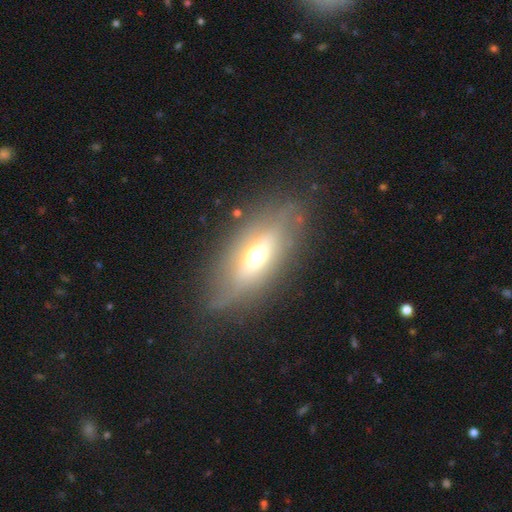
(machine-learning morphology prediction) Smooth or featured?
  - featured or disk: 48% *
  - smooth: 42%
  - star or artifact: 9%
Merging?
  - none: 72% *
  - minor disturbance: 17%
  - major disturbance: 9%
  - merger: 2%